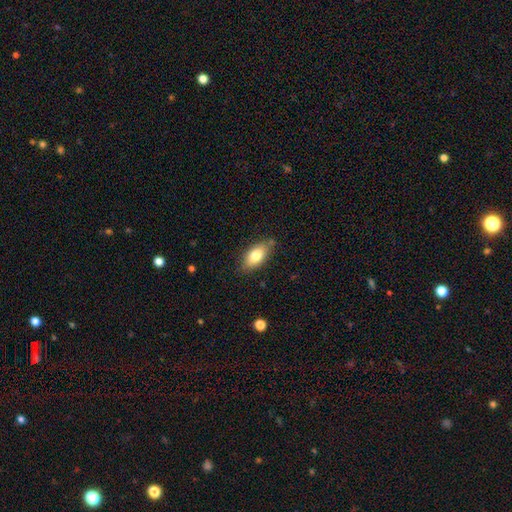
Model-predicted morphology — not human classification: Q: Smooth or featured?
A: smooth (79%); runner-up: featured or disk (14%)
Q: How rounded?
A: in between (90%); runner-up: cigar-shaped (6%)
Q: Merging?
A: none (79%); runner-up: minor disturbance (16%)